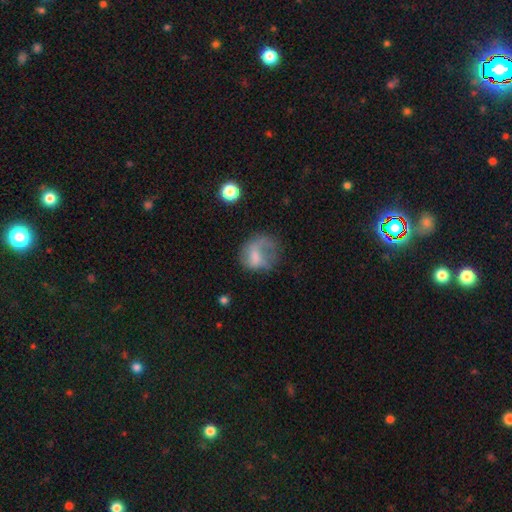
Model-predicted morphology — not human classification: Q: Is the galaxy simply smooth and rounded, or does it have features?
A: smooth — 55%.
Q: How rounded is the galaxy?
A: round — 57%.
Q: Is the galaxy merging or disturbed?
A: major disturbance — 43%.